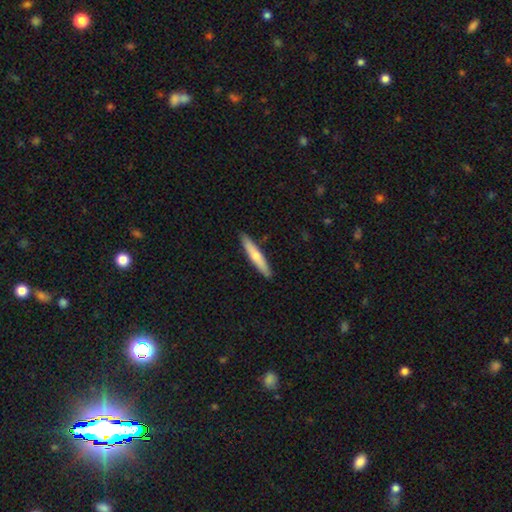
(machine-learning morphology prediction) The model was most divided on "smooth or featured": smooth: 61%, featured or disk: 34%, star or artifact: 5%. More confident: how rounded — cigar-shaped (91%); merging — none (90%).